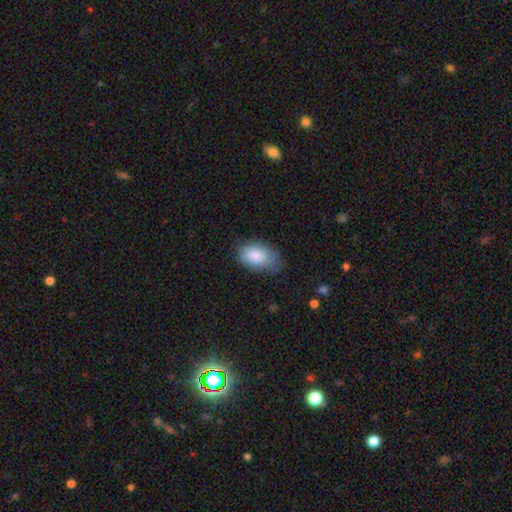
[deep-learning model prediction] A smooth galaxy with no disk features (85%) that is in between round and cigar-shaped (92%).

Vote fractions:
- Smooth or featured? smooth: 85% / featured or disk: 8% / star or artifact: 6%
- How rounded? in between: 92% / round: 7% / cigar-shaped: 1%
- Merging? none: 61% / minor disturbance: 29% / major disturbance: 8% / merger: 1%